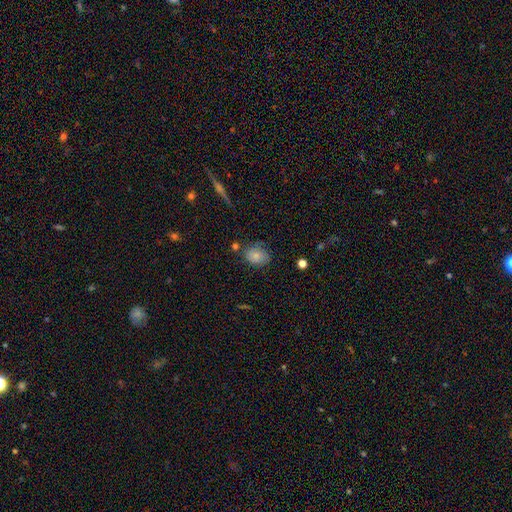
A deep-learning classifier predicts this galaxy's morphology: The model was most divided on "how rounded": in between: 62%, round: 37%, cigar-shaped: 1%. More confident: smooth or featured — smooth (73%); merging — none (61%).